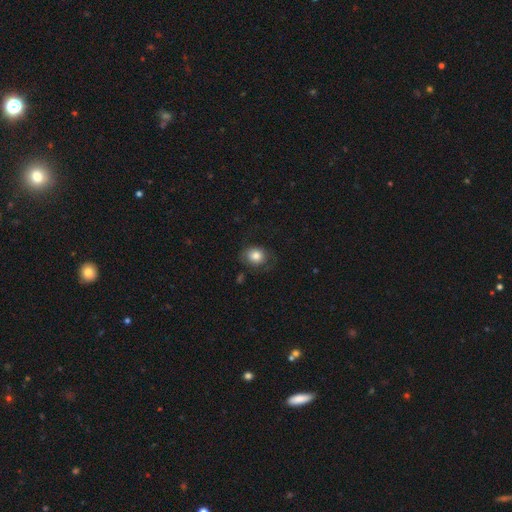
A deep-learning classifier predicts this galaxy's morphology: Smooth or featured? Predicted: smooth (p=0.80). How rounded? Predicted: round (p=0.60). Merging? Predicted: none (p=0.67).